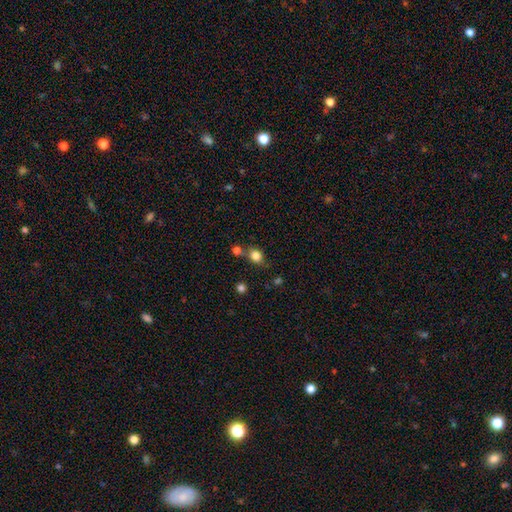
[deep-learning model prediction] A smooth galaxy with no disk features (81%) that is round (73%).

Vote fractions:
- Smooth or featured? smooth: 81% / star or artifact: 12% / featured or disk: 7%
- How rounded? round: 73% / in between: 25% / cigar-shaped: 1%
- Merging? none: 60% / merger: 20% / minor disturbance: 14% / major disturbance: 5%